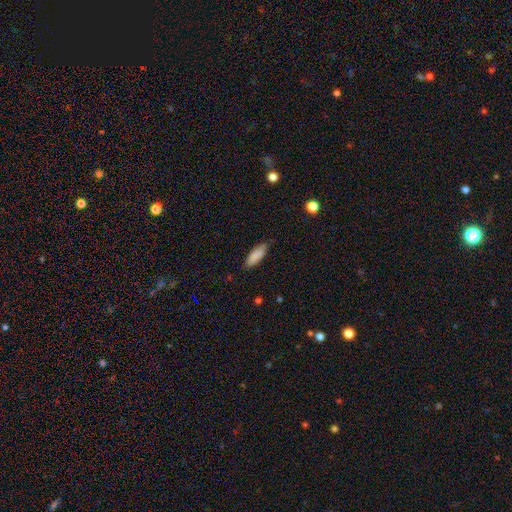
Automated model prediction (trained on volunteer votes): The model was most divided on "how rounded": in between: 60%, cigar-shaped: 38%, round: 2%. More confident: smooth or featured — smooth (88%); merging — none (80%).